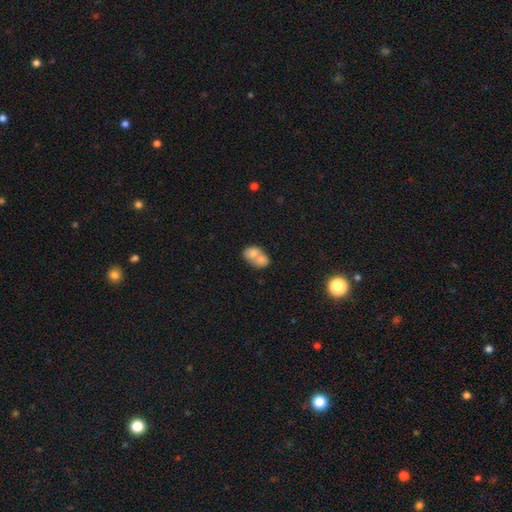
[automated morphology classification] A smooth galaxy with no disk features (69%) that is in between round and cigar-shaped (70%). Merging: merger (74%).